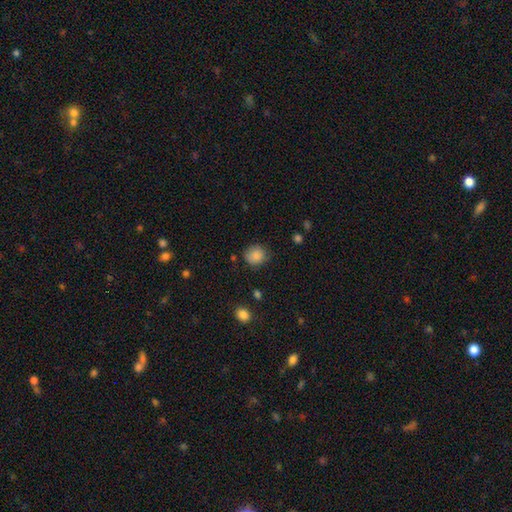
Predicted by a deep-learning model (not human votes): Smooth or featured?
  - smooth: 86% *
  - star or artifact: 9%
  - featured or disk: 5%
How rounded?
  - round: 83% *
  - in between: 16%
  - cigar-shaped: 1%
Merging?
  - none: 79% *
  - minor disturbance: 15%
  - major disturbance: 4%
  - merger: 2%